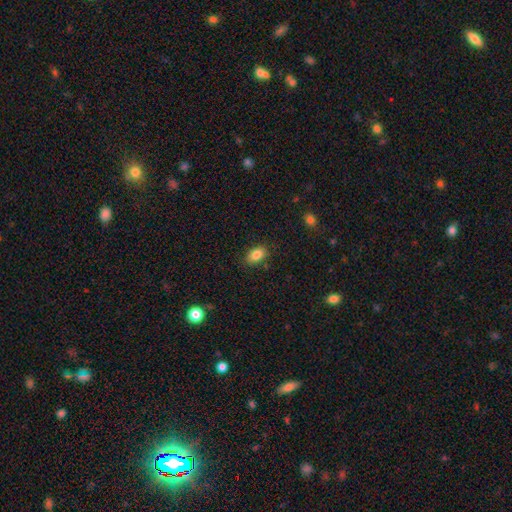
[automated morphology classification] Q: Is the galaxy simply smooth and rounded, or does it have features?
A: smooth — 84%.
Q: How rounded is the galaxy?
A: in between — 88%.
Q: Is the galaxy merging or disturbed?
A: none — 85%.